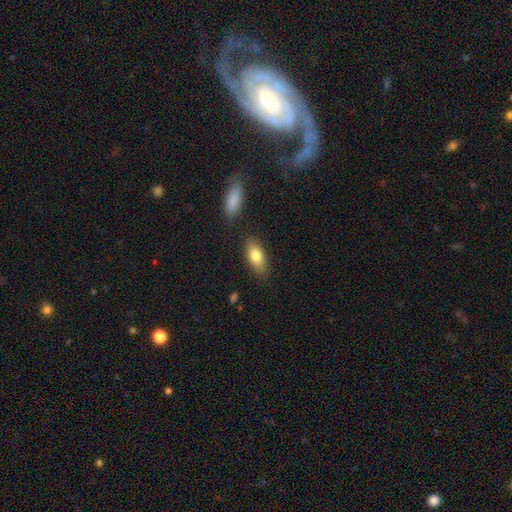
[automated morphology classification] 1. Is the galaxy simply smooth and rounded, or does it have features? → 78% smooth, 15% featured or disk, 7% star or artifact.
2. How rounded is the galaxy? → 81% in between, 16% cigar-shaped, 3% round.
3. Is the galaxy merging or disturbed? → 81% none, 12% minor disturbance, 4% merger, 3% major disturbance.